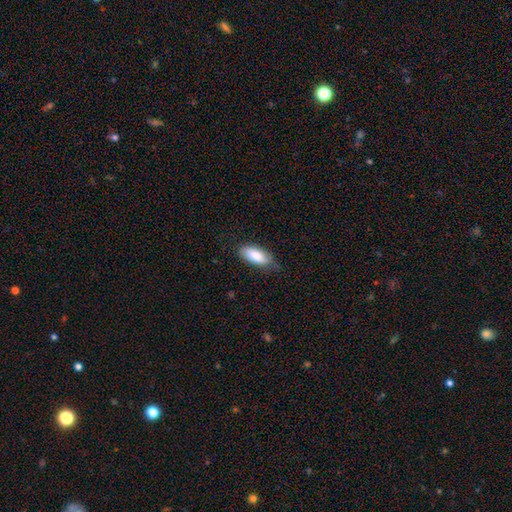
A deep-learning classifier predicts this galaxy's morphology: This appears to be a smooth galaxy with no disk features (84%) that is in between round and cigar-shaped (84%). Merging: none (72%).